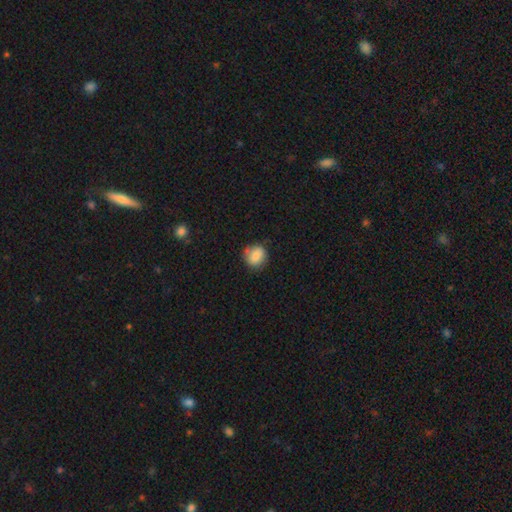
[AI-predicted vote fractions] Q: Smooth or featured?
A: smooth (80%); runner-up: featured or disk (11%)
Q: How rounded?
A: round (76%); runner-up: in between (23%)
Q: Merging?
A: none (71%); runner-up: minor disturbance (20%)